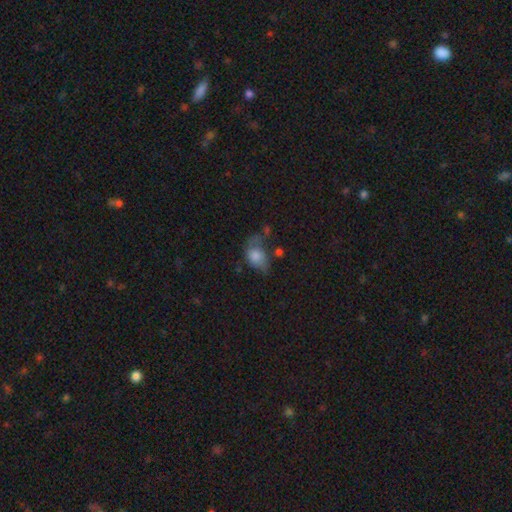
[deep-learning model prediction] Smooth or featured?
  - smooth: 67% *
  - featured or disk: 23%
  - star or artifact: 10%
How rounded?
  - in between: 71% *
  - round: 27%
  - cigar-shaped: 2%
Merging?
  - none: 31% * (tied)
  - minor disturbance: 31% * (tied)
  - major disturbance: 28%
  - merger: 10%